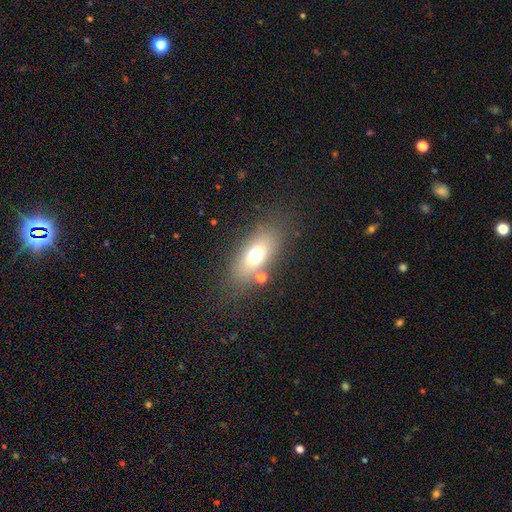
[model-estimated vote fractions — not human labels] smooth-or-featured: smooth: 65% | featured or disk: 22% | star or artifact: 13%
  how-rounded: in between: 77% | cigar-shaped: 13% | round: 10%
  merging: none: 75% | minor disturbance: 12% | merger: 7% | major disturbance: 6%